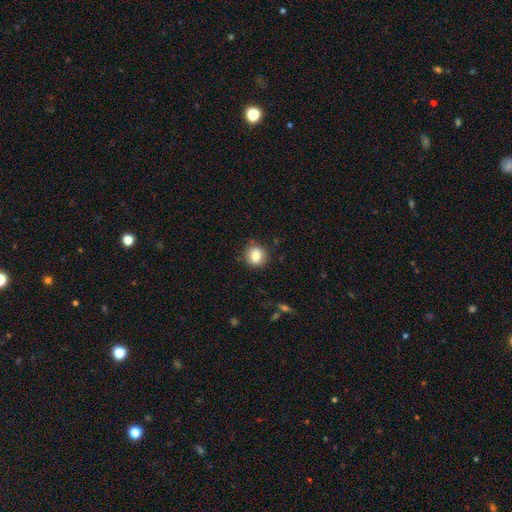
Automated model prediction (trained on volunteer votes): This is clearly a smooth galaxy (84%). How rounded: likely round (77%). Merging: clearly none (85%).